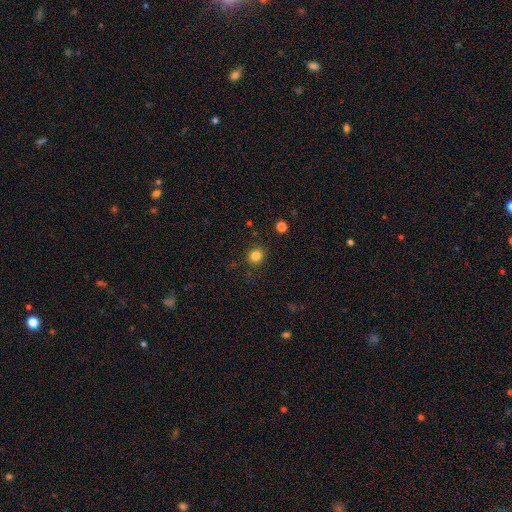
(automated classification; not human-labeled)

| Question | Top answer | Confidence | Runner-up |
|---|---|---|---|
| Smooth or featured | smooth | 82% | star or artifact (13%) |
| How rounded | round | 85% | in between (14%) |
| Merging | none | 88% | minor disturbance (8%) |